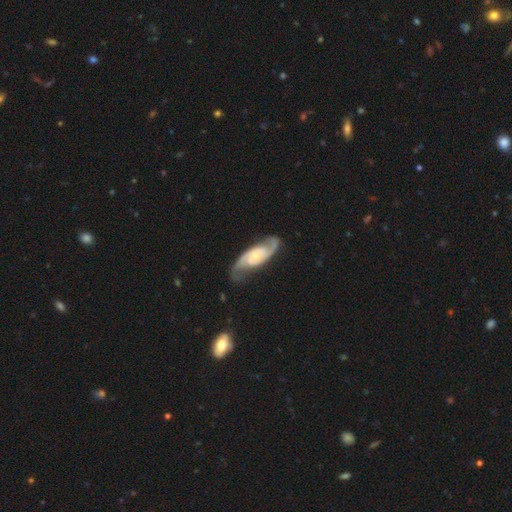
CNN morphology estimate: Overall: featured or disk (90%). Edge-on disk: no (95%). Bar: no (62%; weak 29%). Spiral arms: yes (97%). Spiral arm count: 2 (92%). Spiral winding: medium (52%; tight 27%). Bulge size: small (56%; moderate 37%). Merging: none (77%).